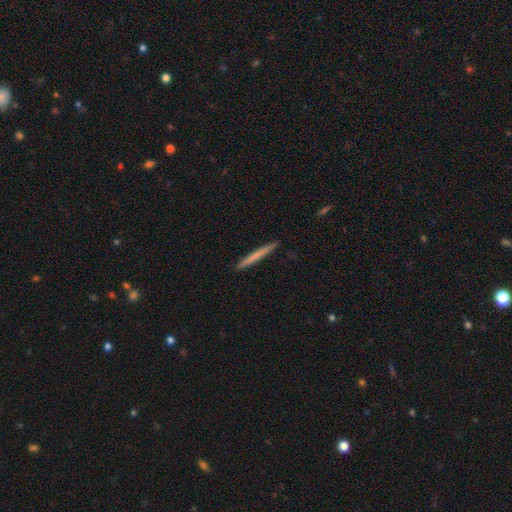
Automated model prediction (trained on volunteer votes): smooth_or_featured: smooth (p=0.64) [alt: featured or disk p=0.31]
how_rounded: cigar-shaped (p=0.97) [alt: in between p=0.02]
merging: none (p=0.93) [alt: minor disturbance p=0.05]